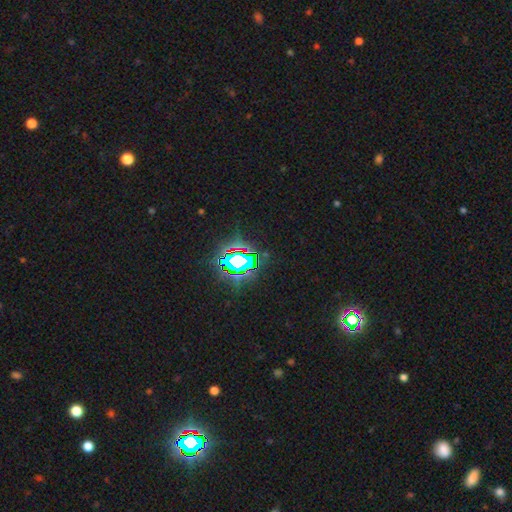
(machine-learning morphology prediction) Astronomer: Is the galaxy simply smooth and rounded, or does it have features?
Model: star or artifact — 82%.